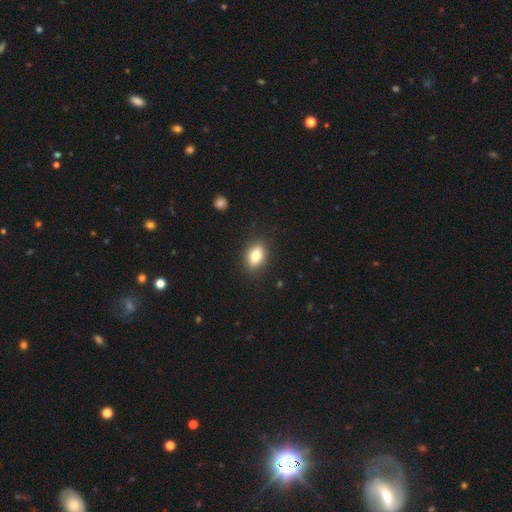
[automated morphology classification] smooth-or-featured: smooth: 79% | featured or disk: 12% | star or artifact: 9%
  how-rounded: in between: 81% | round: 15% | cigar-shaped: 3%
  merging: none: 88% | minor disturbance: 9% | major disturbance: 2% | merger: 1%